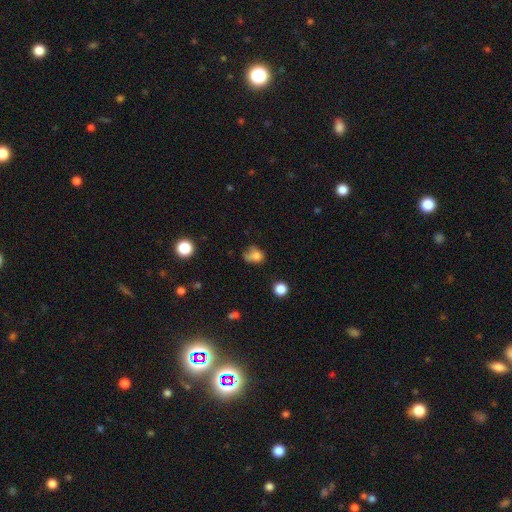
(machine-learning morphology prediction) type=smooth (73%); roundness=in between (52%); merging=none (35%).